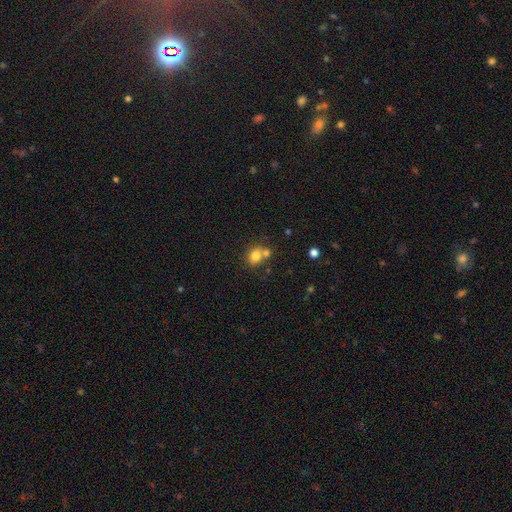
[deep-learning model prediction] Q: Smooth or featured?
A: smooth (79%); runner-up: star or artifact (11%)
Q: How rounded?
A: round (59%); runner-up: in between (40%)
Q: Merging?
A: none (50%); runner-up: merger (35%)